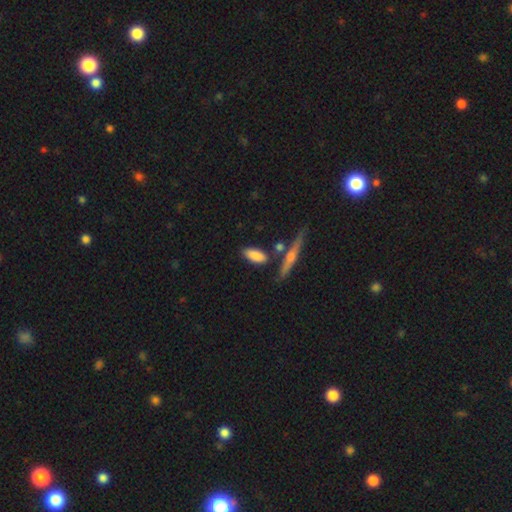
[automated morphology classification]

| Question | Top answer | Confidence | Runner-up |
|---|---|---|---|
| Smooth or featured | smooth | 82% | featured or disk (12%) |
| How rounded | in between | 76% | cigar-shaped (21%) |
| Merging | none | 71% | minor disturbance (14%) |